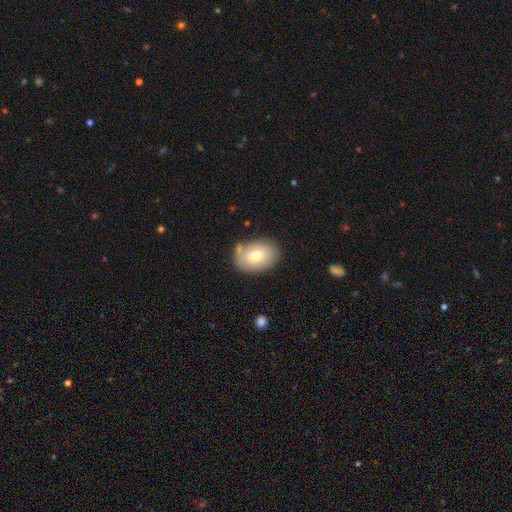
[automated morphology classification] smooth 72%, featured or disk 20%, star or artifact 8%. Down the decision tree: how rounded — in between (81%); merging — none (74%).